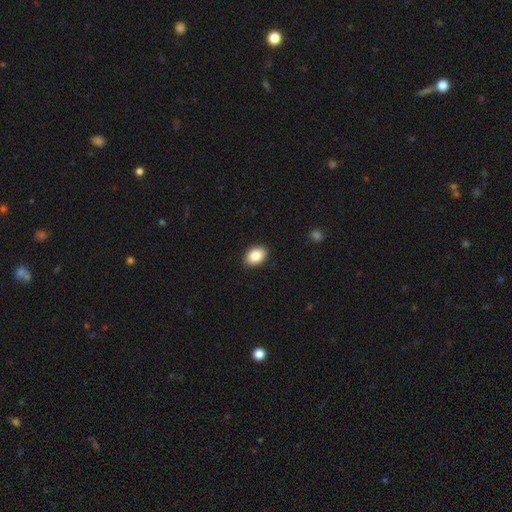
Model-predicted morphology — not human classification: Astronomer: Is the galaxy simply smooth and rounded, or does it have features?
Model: smooth — 87%.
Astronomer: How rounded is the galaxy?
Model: in between — 79%.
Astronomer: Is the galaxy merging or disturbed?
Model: none — 89%.